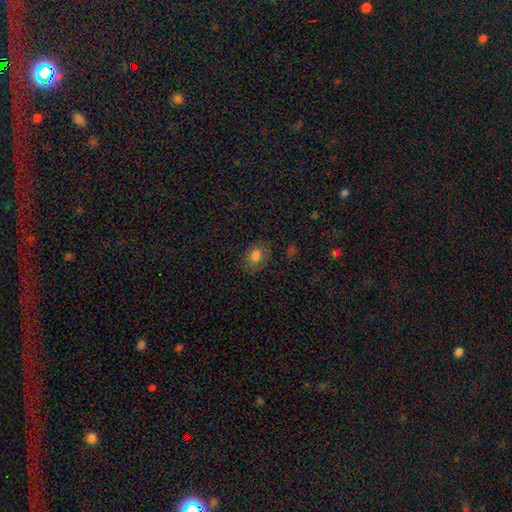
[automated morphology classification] smooth 79%, featured or disk 11%, star or artifact 11%. Down the decision tree: how rounded — in between (62%); merging — none (80%).